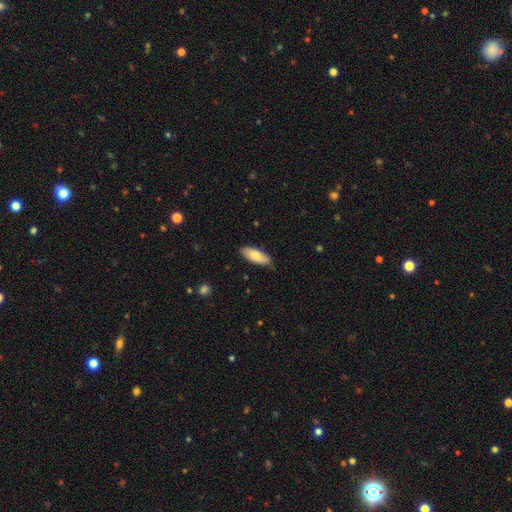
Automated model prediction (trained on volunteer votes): The model was most divided on "how rounded": in between: 76%, cigar-shaped: 22%, round: 2%. More confident: merging — none (85%); smooth or featured — smooth (81%).